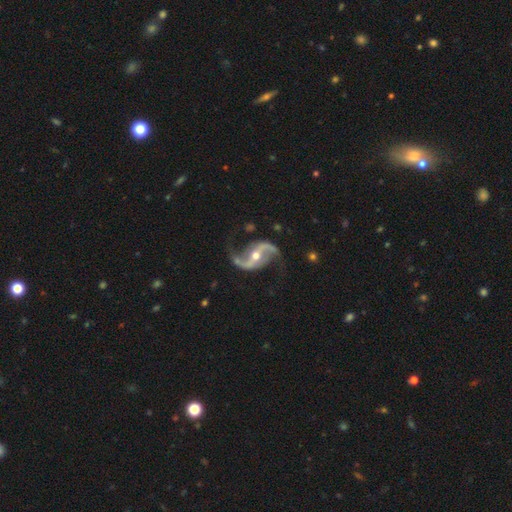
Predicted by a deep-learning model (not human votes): Smooth or featured: featured or disk — 93% (star or artifact — 4%)
Edge-on disk: no — 97% (yes — 3%)
Bar: strong — 37% (weak — 32%)
Spiral arms: yes — 98% (no — 2%)
Spiral winding: loose — 70% (medium — 24%)
Spiral arm count: 2 — 95% (1 — 1%)
Bulge size: moderate — 67% (small — 29%)
Merging: none — 78% (minor disturbance — 14%)